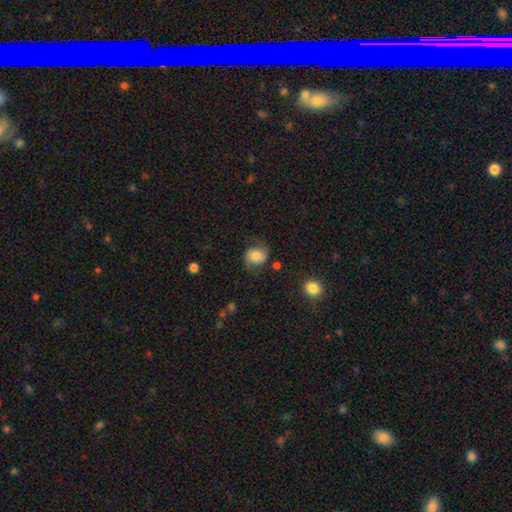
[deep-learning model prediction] This appears to be a smooth galaxy with no disk features (52%) that is round (61%). Merging: none (63%).